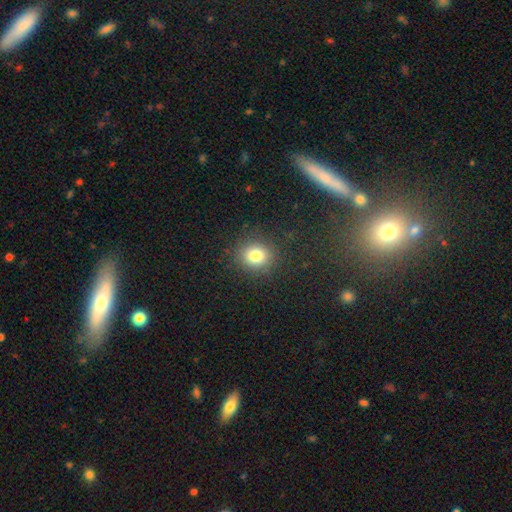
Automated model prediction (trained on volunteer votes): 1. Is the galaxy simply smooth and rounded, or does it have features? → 80% smooth, 13% star or artifact, 7% featured or disk.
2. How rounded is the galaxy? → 79% round, 20% in between, 1% cigar-shaped.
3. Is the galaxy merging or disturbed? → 88% none, 8% minor disturbance, 4% major disturbance, 1% merger.